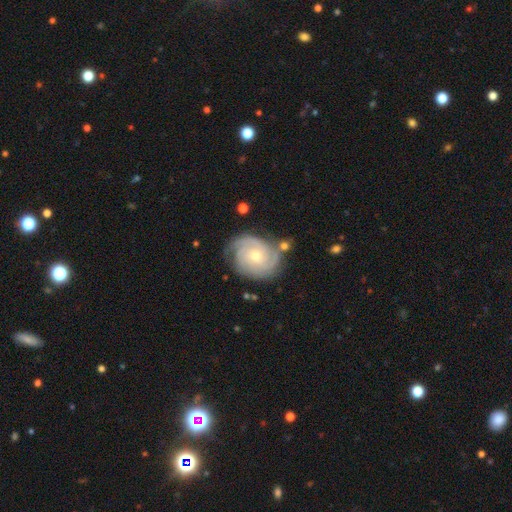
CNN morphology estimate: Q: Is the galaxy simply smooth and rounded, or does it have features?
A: featured or disk — 85%.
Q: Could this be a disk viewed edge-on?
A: no — 97%.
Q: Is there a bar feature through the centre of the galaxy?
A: no — 74%.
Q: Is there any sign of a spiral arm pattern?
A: yes — 97%.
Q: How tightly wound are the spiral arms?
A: tight — 72%.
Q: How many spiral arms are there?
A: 3 — 32%.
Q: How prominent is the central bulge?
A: moderate — 50%.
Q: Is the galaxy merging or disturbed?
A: none — 71%.